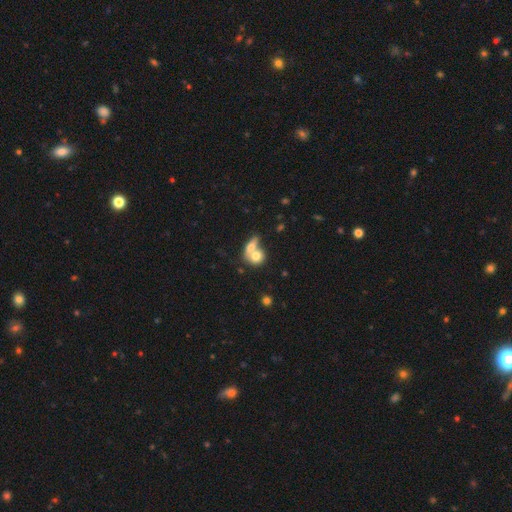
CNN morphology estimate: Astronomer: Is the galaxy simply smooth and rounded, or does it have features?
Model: smooth — 72%.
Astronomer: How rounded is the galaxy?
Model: round — 55% (runner-up: in between, 41%).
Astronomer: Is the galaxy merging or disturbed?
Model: merger — 67%.